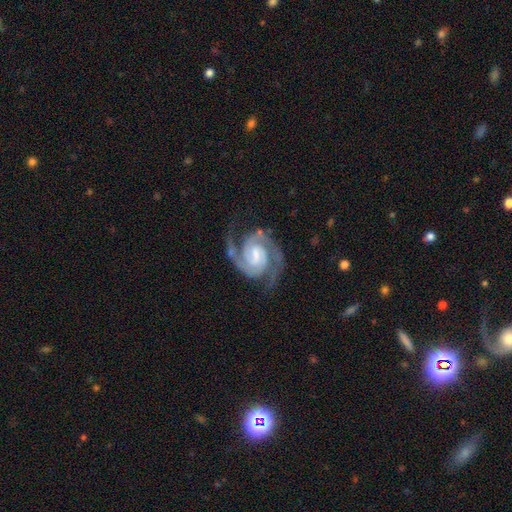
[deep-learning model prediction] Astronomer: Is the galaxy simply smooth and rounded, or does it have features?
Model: featured or disk — 93%.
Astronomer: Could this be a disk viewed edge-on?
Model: no — 98%.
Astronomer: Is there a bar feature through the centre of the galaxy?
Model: weak — 53%.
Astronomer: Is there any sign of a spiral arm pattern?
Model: yes — 99%.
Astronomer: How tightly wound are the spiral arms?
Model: tight — 49% (runner-up: medium, 45%).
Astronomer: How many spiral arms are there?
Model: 2 — 90%.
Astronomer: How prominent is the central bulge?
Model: small — 38% (runner-up: moderate, 36%).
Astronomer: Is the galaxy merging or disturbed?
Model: none — 73%.